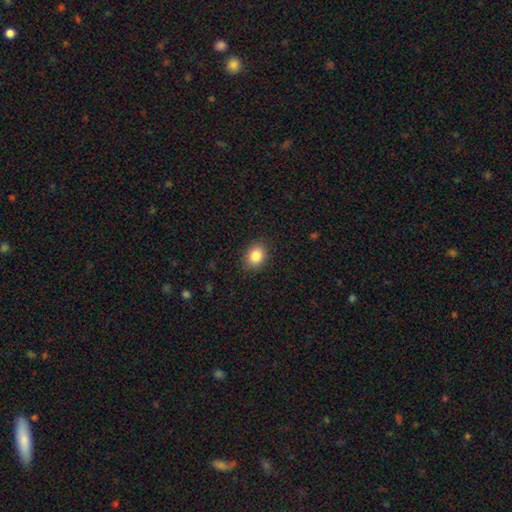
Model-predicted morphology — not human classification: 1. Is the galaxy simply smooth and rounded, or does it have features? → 86% smooth, 9% star or artifact, 5% featured or disk.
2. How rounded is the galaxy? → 53% in between, 46% round, 1% cigar-shaped.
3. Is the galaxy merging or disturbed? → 88% none, 9% minor disturbance, 2% major disturbance, 1% merger.